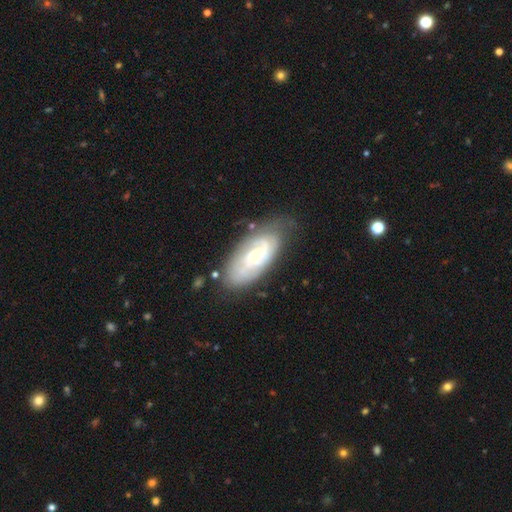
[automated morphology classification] smooth_or_featured: featured or disk (p=0.73) [alt: smooth p=0.21]
disk_edge_on: no (p=0.93) [alt: yes p=0.07]
bar: no (p=0.67) [alt: weak p=0.27]
has_spiral_arms: yes (p=0.89) [alt: no p=0.11]
spiral_winding: tight (p=0.63) [alt: medium p=0.29]
spiral_arm_count: can't tell (p=0.43) [alt: 2 p=0.33]
bulge_size: small (p=0.71) [alt: moderate p=0.24]
merging: none (p=0.70) [alt: minor disturbance p=0.21]